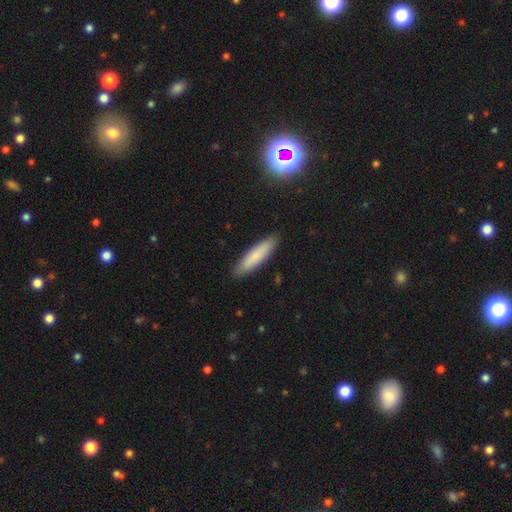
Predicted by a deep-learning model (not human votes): The model was most divided on "how rounded": cigar-shaped: 79%, in between: 20%, round: 1%. More confident: merging — none (89%); smooth or featured — smooth (80%).